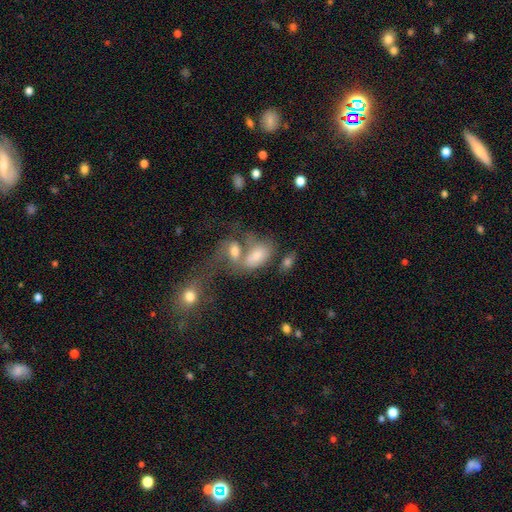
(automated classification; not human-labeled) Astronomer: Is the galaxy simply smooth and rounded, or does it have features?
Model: smooth — 63%.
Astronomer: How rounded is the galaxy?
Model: in between — 89%.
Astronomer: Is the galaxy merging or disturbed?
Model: merger — 56%.